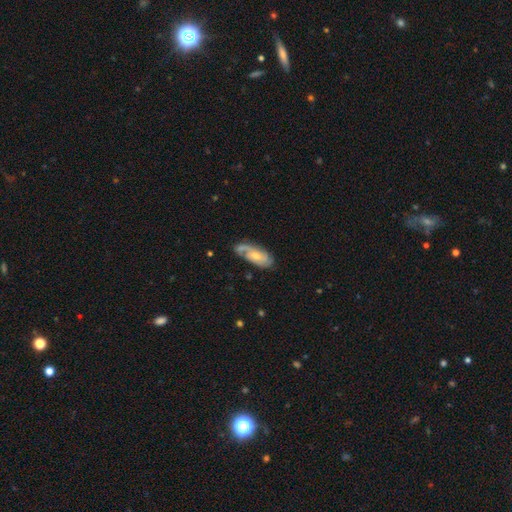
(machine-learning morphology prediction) type=featured or disk (69%); edge-on=no (92%); bar=no (63%); spiral arms=yes (90%); winding=tight (43%); arm count=2 (45%); bulge=moderate (50%); merging=none (64%).